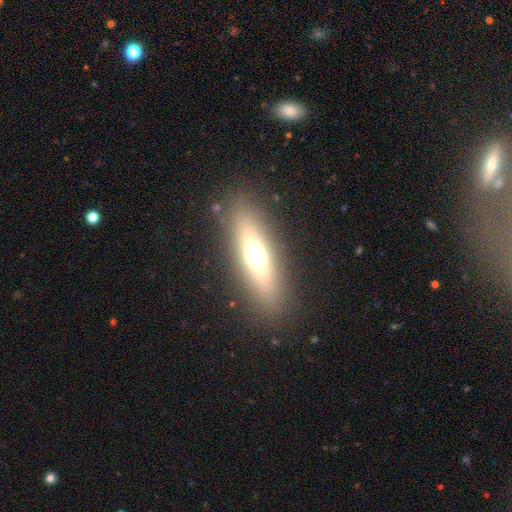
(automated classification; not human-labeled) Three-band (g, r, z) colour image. It shows a smooth galaxy with no disk features (44%). Merging: none (86%).